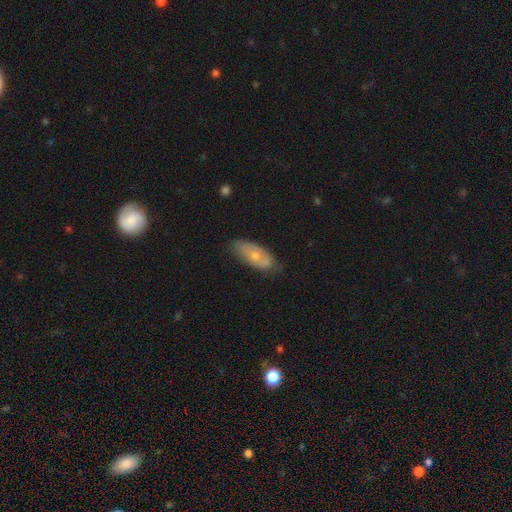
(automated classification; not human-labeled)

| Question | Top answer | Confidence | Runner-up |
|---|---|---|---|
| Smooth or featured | smooth | 57% | featured or disk (37%) |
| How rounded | in between | 84% | cigar-shaped (13%) |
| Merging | none | 70% | minor disturbance (24%) |